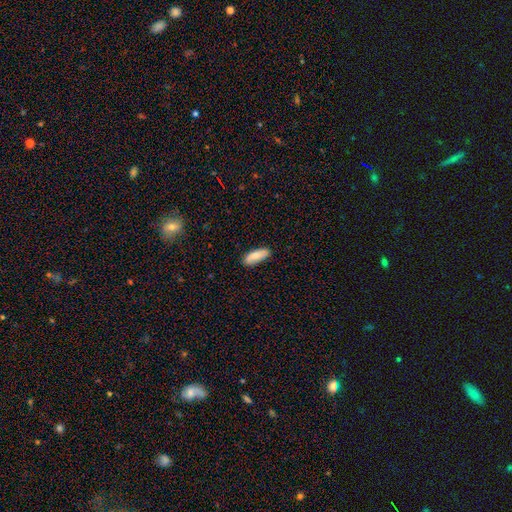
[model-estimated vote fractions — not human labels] A smooth galaxy with no disk features (80%) that is in between round and cigar-shaped (70%).

Vote fractions:
- Smooth or featured? smooth: 80% / featured or disk: 14% / star or artifact: 6%
- How rounded? in between: 70% / cigar-shaped: 28% / round: 2%
- Merging? none: 85% / minor disturbance: 12% / major disturbance: 2% / merger: 1%